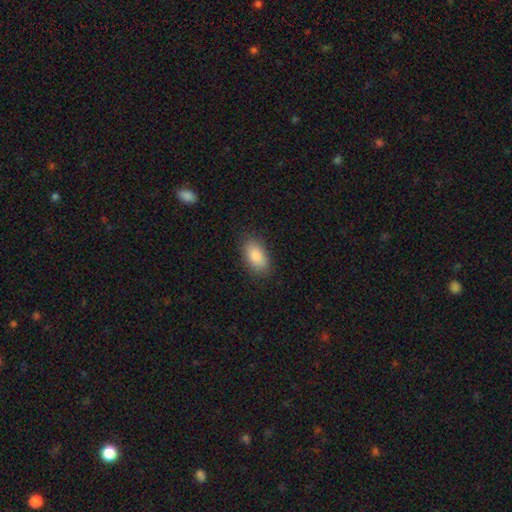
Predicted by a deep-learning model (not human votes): This is clearly a smooth galaxy (87%). How rounded: clearly in between (92%). Merging: clearly none (86%).